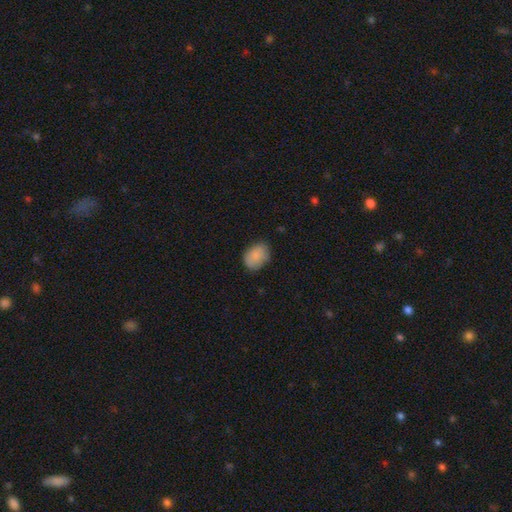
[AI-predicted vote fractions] A smooth galaxy with no disk features (86%) that is in between round and cigar-shaped (71%). Merging: none (76%).